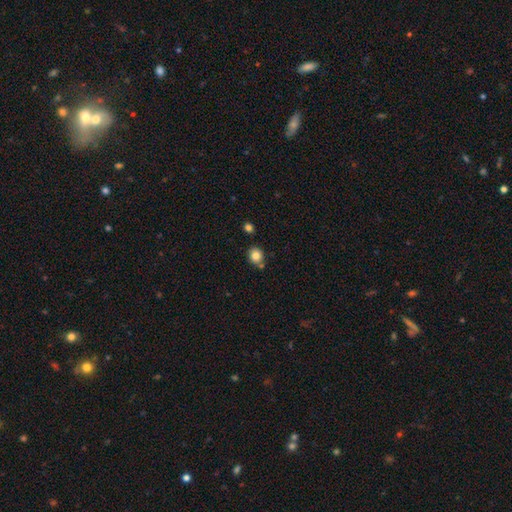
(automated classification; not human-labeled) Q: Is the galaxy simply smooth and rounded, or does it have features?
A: smooth — 82%.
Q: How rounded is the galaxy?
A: round — 73%.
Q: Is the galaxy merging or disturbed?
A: none — 73%.